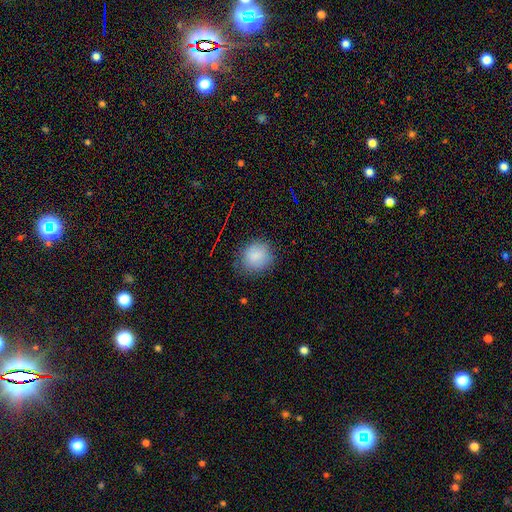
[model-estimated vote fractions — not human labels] The model was most divided on "merging": none: 75%, minor disturbance: 18%, major disturbance: 5%, merger: 1%. More confident: smooth or featured — smooth (84%); how rounded — round (79%).